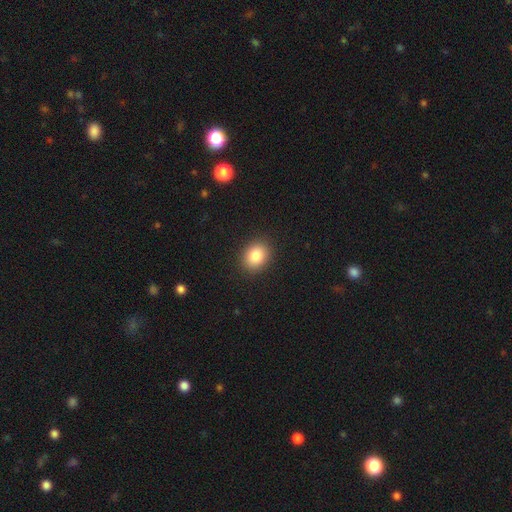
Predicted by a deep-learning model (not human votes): This appears to be a smooth galaxy with no disk features (84%) that is round (53%). Merging: none (90%).